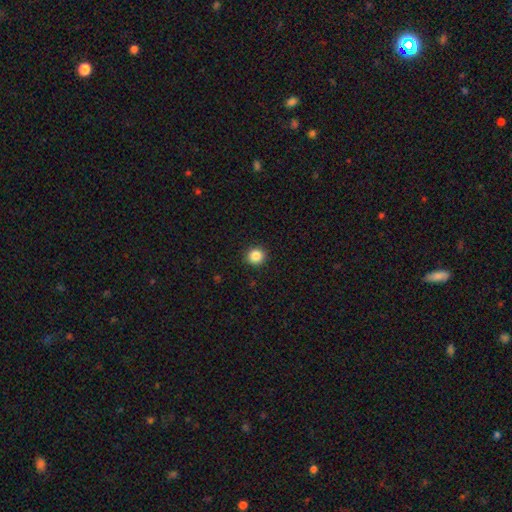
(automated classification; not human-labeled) smooth-or-featured: smooth: 86% | star or artifact: 10% | featured or disk: 3%
  how-rounded: round: 91% | in between: 8% | cigar-shaped: 1%
  merging: none: 92% | minor disturbance: 5% | major disturbance: 2% | merger: 1%